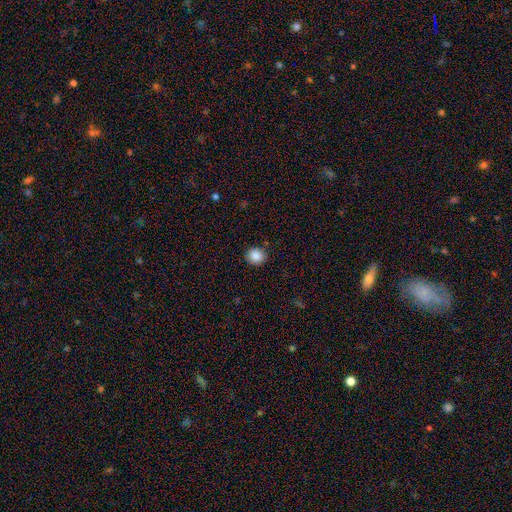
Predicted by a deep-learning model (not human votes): Q: Smooth or featured?
A: smooth (87%); runner-up: star or artifact (9%)
Q: How rounded?
A: round (83%); runner-up: in between (16%)
Q: Merging?
A: none (87%); runner-up: minor disturbance (9%)